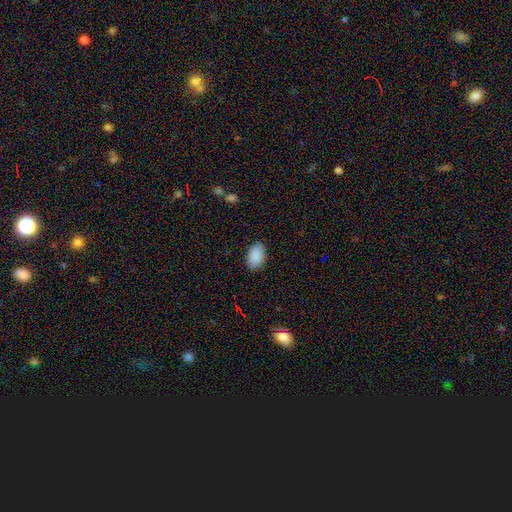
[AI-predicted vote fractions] Overall: smooth (90%). How rounded: in between (91%). Merging: none (88%).